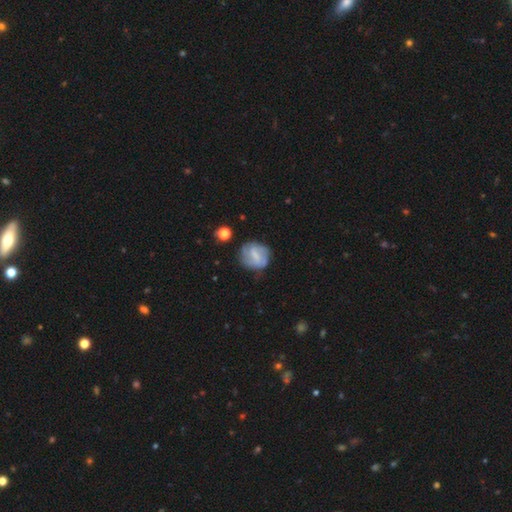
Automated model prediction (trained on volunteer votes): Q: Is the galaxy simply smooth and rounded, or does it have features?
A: featured or disk — 57%.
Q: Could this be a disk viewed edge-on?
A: no — 97%.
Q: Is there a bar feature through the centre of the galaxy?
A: weak — 49%.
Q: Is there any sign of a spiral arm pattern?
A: yes — 73%.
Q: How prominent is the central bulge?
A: none — 42%.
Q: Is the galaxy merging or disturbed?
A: none — 67%.